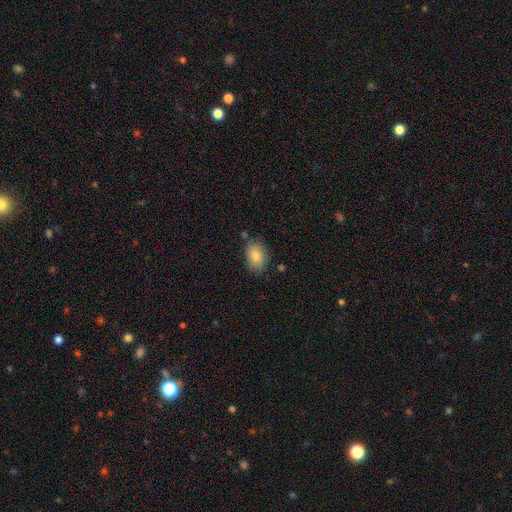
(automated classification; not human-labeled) Morphology: type=smooth (82%); roundness=in between (80%); merging=none (76%).